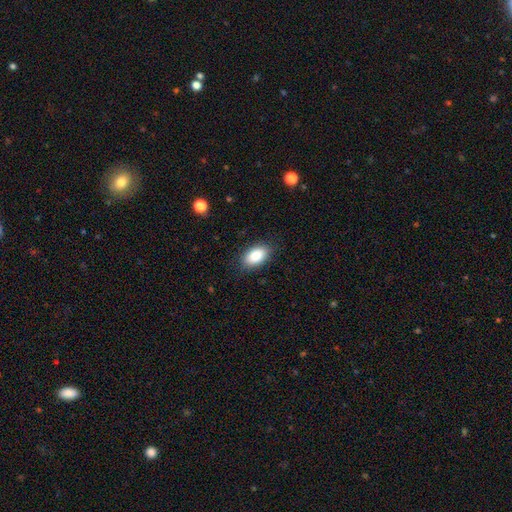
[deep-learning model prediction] Smooth or featured? Predicted: smooth (p=0.88). How rounded? Predicted: in between (p=0.93). Merging? Predicted: none (p=0.86).